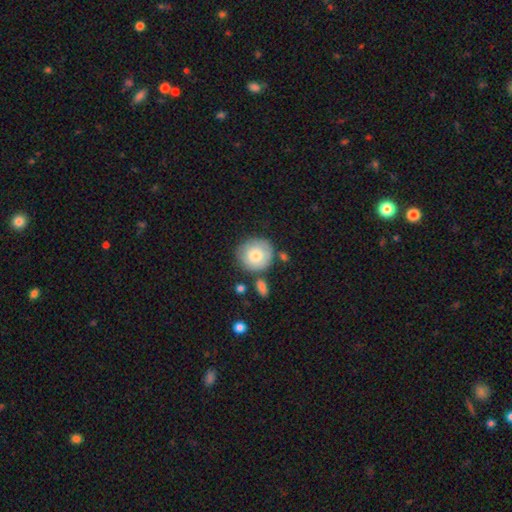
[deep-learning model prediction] A smooth galaxy with no disk features (75%) that is round (91%). Merging: none (70%).